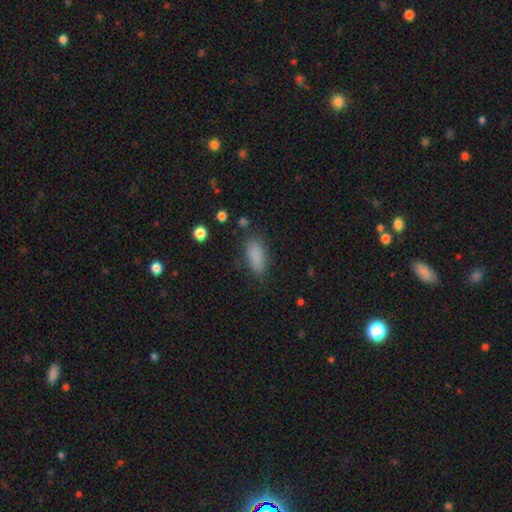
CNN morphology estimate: Smooth or featured: smooth — 85% (star or artifact — 9%)
How rounded: in between — 84% (cigar-shaped — 12%)
Merging: none — 76% (minor disturbance — 16%)